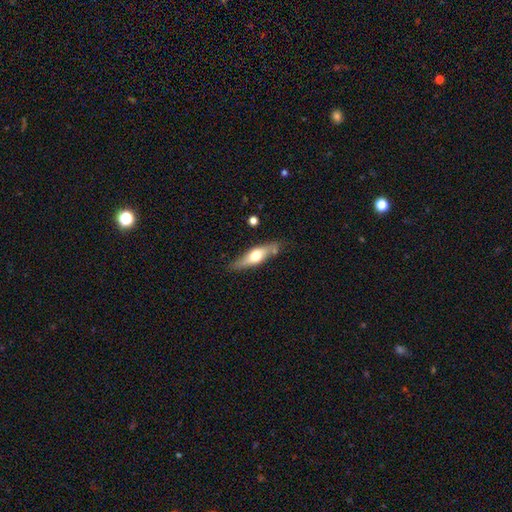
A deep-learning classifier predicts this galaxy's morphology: This is possibly a featured or disk galaxy (48%). Merging: likely none (75%).